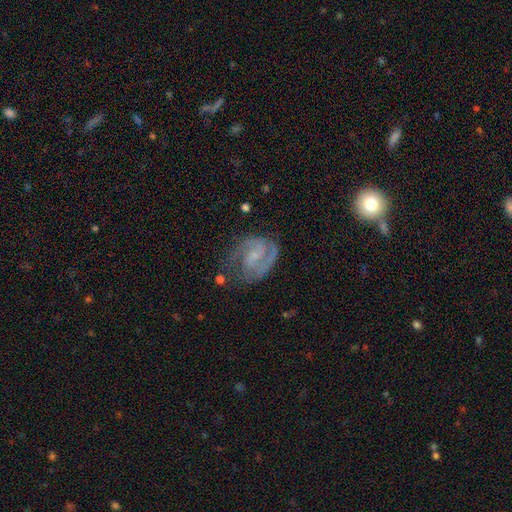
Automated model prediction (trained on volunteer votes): Overall: featured or disk (85%). Edge-on disk: no (98%). Bar: weak (49%; no 39%). Spiral arms: yes (96%). Spiral arm count: 2 (77%). Spiral winding: medium (52%; tight 34%). Bulge size: small (54%; none 25%). Merging: none (62%).